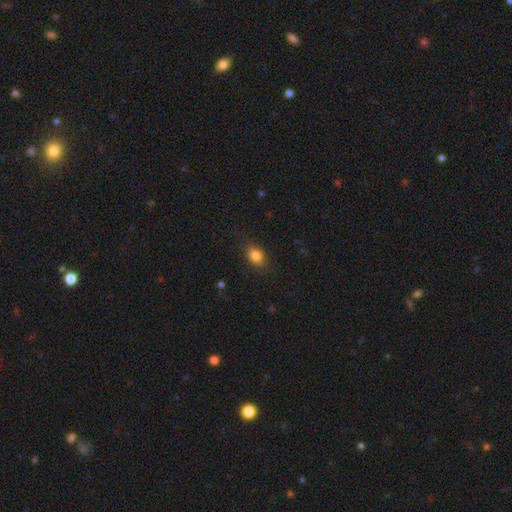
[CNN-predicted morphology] Smooth or featured?
  - smooth: 83% *
  - star or artifact: 10%
  - featured or disk: 7%
How rounded?
  - in between: 71% *
  - round: 28%
  - cigar-shaped: 2%
Merging?
  - none: 83% *
  - minor disturbance: 13%
  - major disturbance: 3%
  - merger: 1%